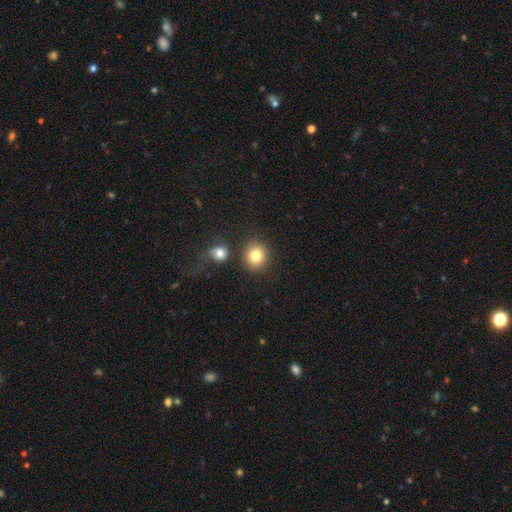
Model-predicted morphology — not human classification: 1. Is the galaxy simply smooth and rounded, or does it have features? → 82% smooth, 11% star or artifact, 8% featured or disk.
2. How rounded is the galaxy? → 86% round, 13% in between, 1% cigar-shaped.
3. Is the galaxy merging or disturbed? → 81% none, 8% merger, 8% minor disturbance, 3% major disturbance.